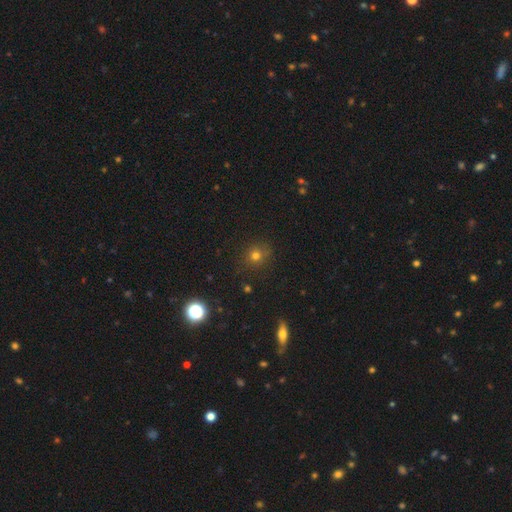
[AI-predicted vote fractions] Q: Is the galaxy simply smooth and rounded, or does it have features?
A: smooth — 71%.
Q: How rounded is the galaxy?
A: round — 85%.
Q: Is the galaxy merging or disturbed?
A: none — 83%.